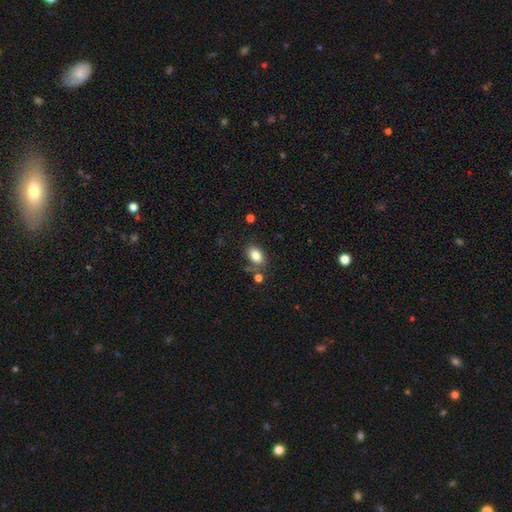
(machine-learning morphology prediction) This is clearly a smooth galaxy (82%). How rounded: clearly in between (85%). Merging: likely none (70%).